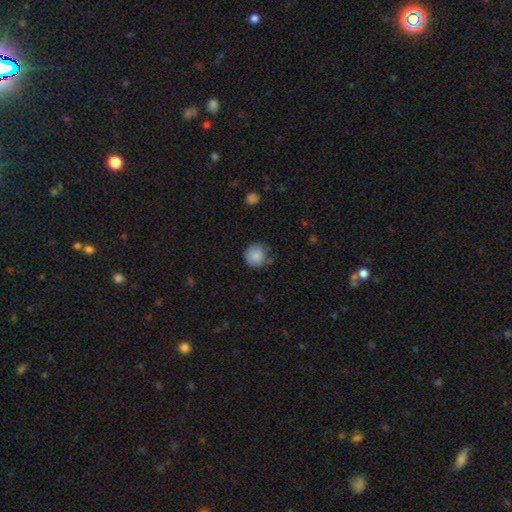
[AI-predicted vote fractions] smooth 85%, star or artifact 8%, featured or disk 7%. Down the decision tree: how rounded — round (91%); merging — none (64%).